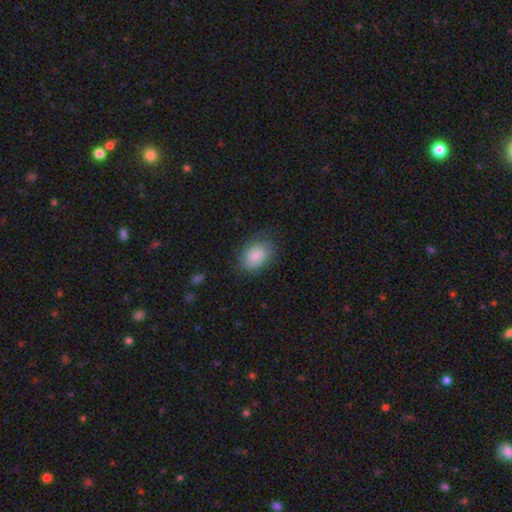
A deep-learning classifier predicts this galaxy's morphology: Overall: smooth (82%). How rounded: in between (75%). Merging: none (73%).